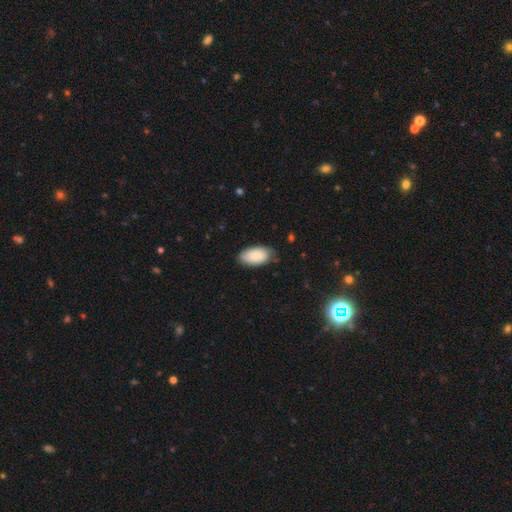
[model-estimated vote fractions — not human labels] This appears to be a smooth galaxy with no disk features (80%) that is in between round and cigar-shaped (95%). Merging: none (72%).